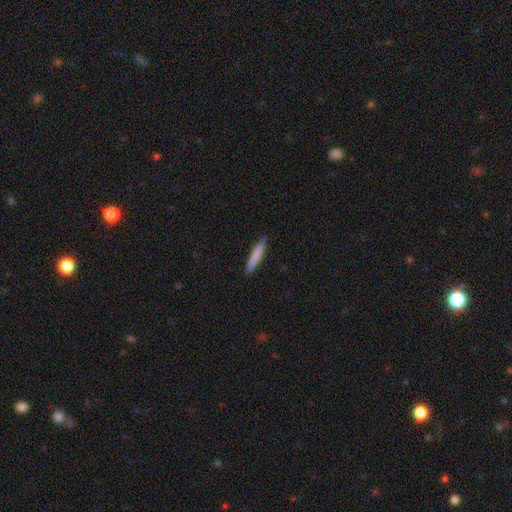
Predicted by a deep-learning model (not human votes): Q: Smooth or featured?
A: smooth (79%); runner-up: featured or disk (16%)
Q: How rounded?
A: cigar-shaped (92%); runner-up: in between (6%)
Q: Merging?
A: none (89%); runner-up: minor disturbance (8%)